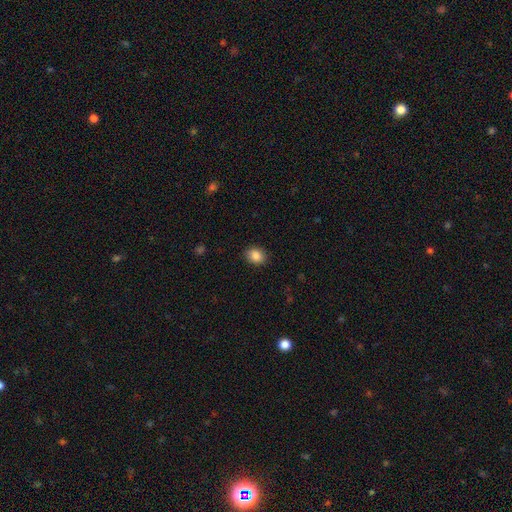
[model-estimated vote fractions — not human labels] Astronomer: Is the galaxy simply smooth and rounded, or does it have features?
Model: smooth — 86%.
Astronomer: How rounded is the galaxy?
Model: in between — 50% (runner-up: round, 49%).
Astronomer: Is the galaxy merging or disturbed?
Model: none — 89%.